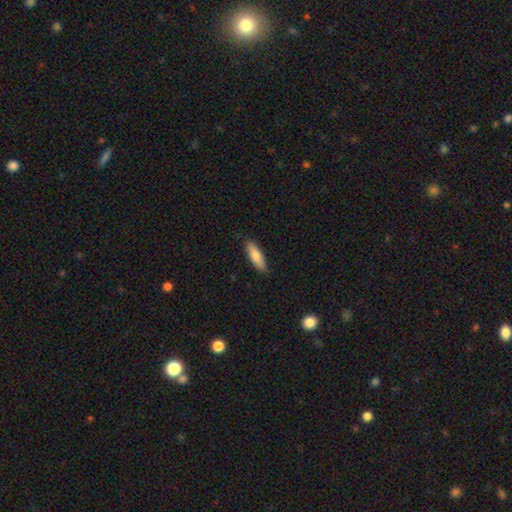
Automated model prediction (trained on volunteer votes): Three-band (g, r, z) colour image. It shows a smooth galaxy with no disk features (82%) that is in between round and cigar-shaped (53%). Merging: none (85%).